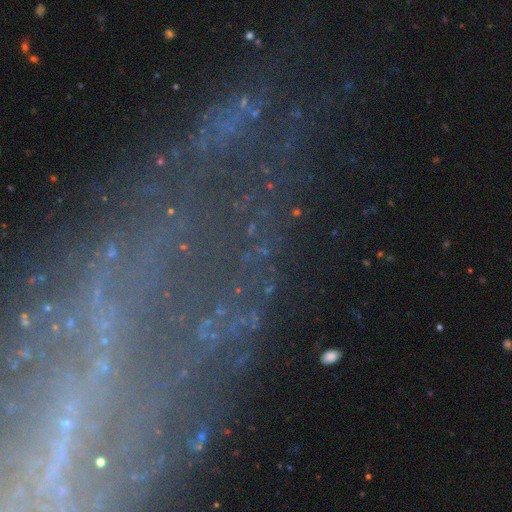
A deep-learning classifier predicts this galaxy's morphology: Overall: featured or disk (46%; star or artifact 42%). Merging: none (64%).